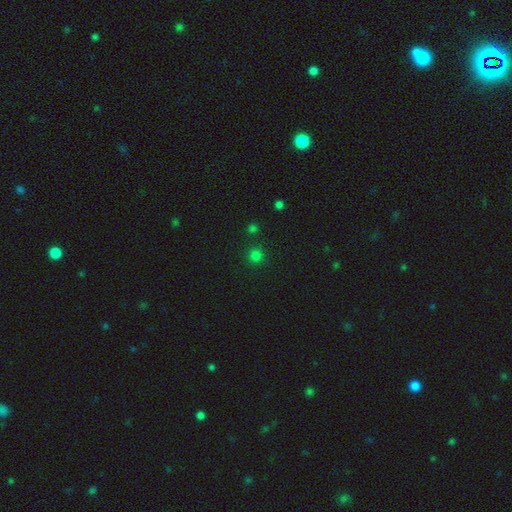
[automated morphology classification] The model was most divided on "smooth or featured": smooth: 76%, star or artifact: 21%, featured or disk: 4%. More confident: how rounded — round (93%); merging — none (85%).